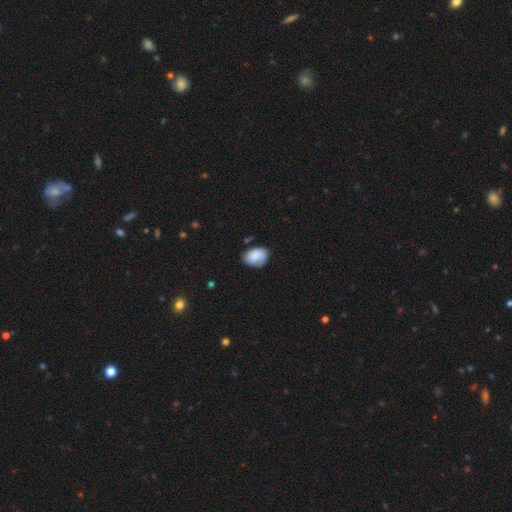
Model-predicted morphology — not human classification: type=smooth (77%); roundness=in between (74%); merging=none (63%).